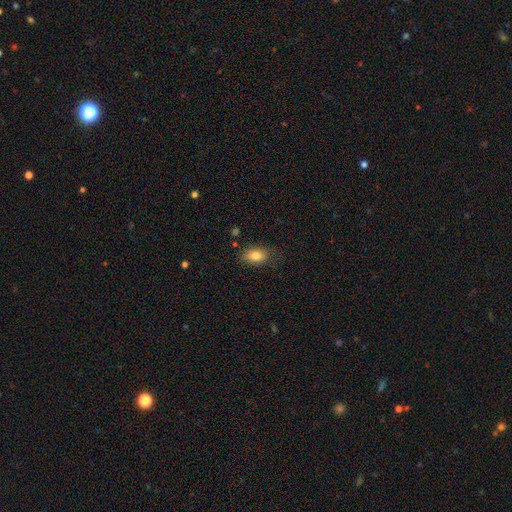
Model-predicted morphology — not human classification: This is clearly a smooth galaxy (81%). How rounded: clearly in between (88%). Merging: likely none (72%).